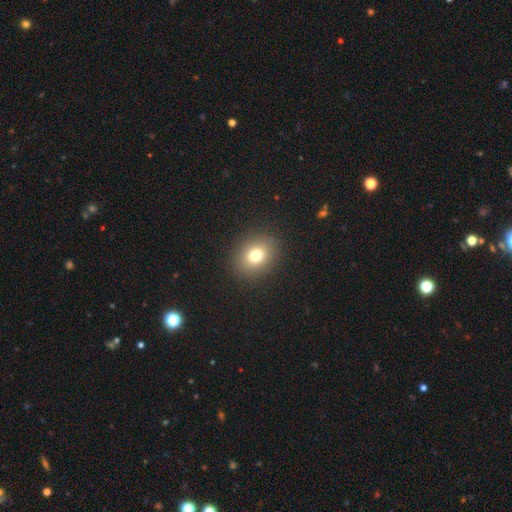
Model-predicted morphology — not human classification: A smooth galaxy with no disk features (77%) that is round (56%). Merging: none (90%).